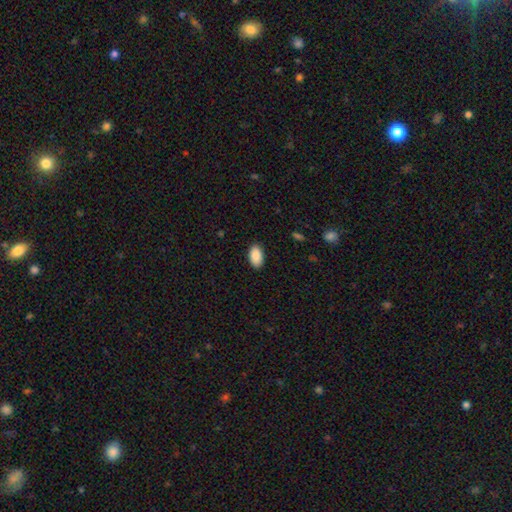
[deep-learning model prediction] Q: Smooth or featured?
A: smooth (89%); runner-up: star or artifact (7%)
Q: How rounded?
A: in between (95%); runner-up: round (4%)
Q: Merging?
A: none (88%); runner-up: minor disturbance (9%)